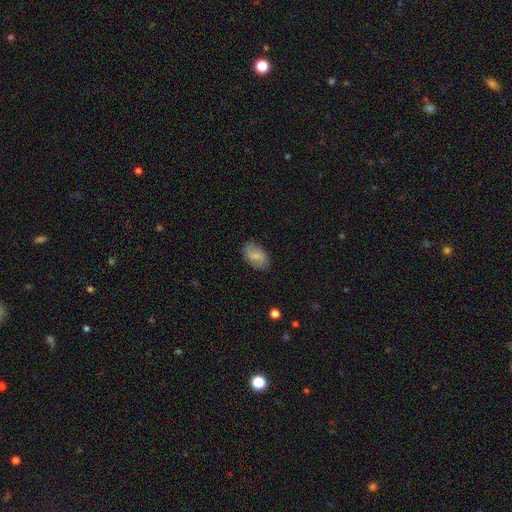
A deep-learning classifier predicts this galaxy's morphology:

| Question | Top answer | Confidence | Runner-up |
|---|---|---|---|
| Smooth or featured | smooth | 71% | featured or disk (22%) |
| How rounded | in between | 90% | round (9%) |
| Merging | none | 82% | minor disturbance (14%) |